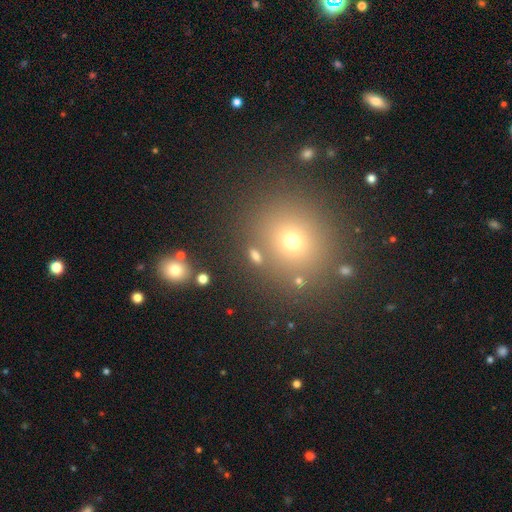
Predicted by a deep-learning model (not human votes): smooth_or_featured: smooth (p=0.69) [alt: star or artifact p=0.21]
how_rounded: in between (p=0.57) [alt: round p=0.38]
merging: none (p=0.77) [alt: minor disturbance p=0.09]